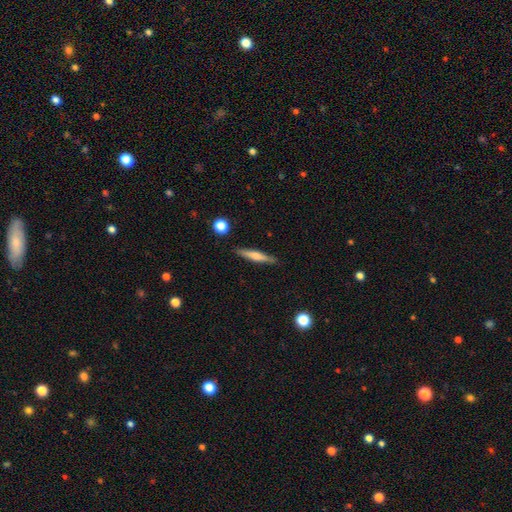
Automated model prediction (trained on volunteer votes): Smooth or featured? smooth (52%)
How rounded? cigar-shaped (90%)
Merging? none (88%)